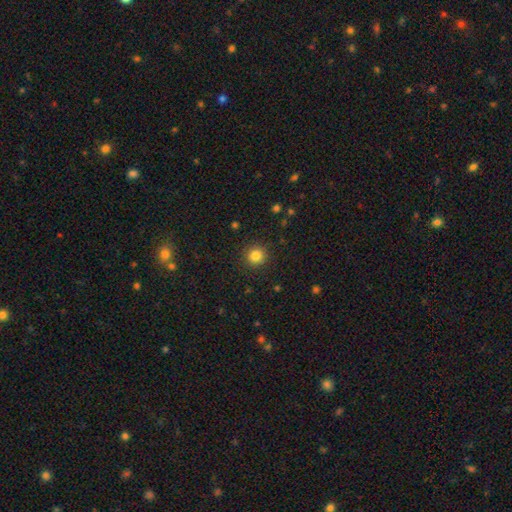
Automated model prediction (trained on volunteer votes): Overall: smooth (83%). How rounded: round (94%). Merging: none (91%).